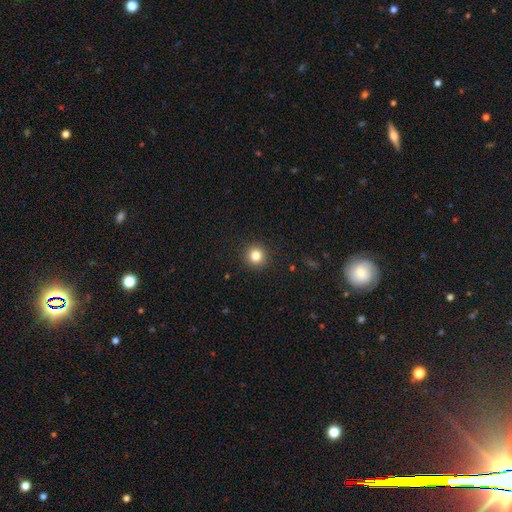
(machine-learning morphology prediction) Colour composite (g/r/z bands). It shows a smooth galaxy with no disk features (82%) that is round (94%). Merging: none (92%).